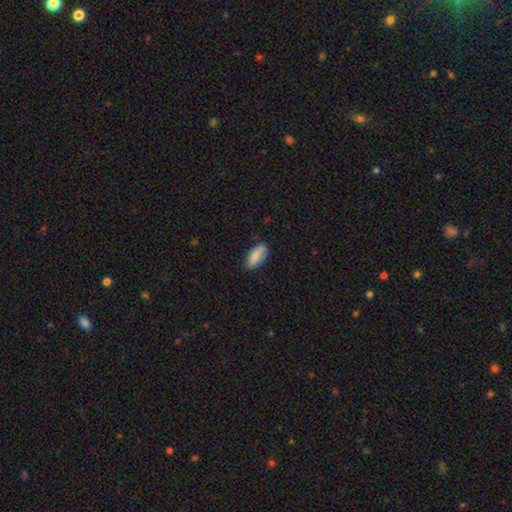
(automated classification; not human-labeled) Overall: smooth (83%). How rounded: in between (89%). Merging: none (80%).